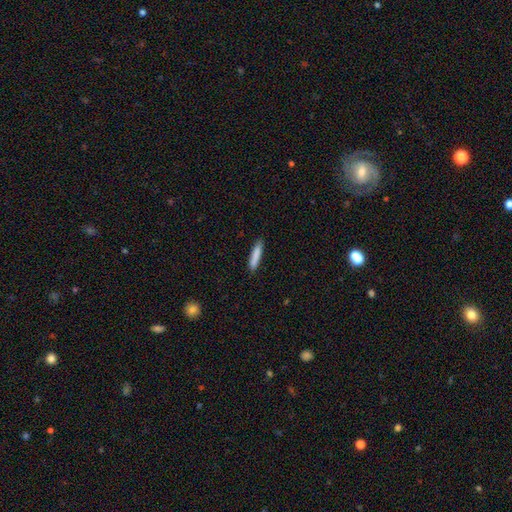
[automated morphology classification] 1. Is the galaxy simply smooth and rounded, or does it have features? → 85% smooth, 9% featured or disk, 6% star or artifact.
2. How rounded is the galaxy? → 89% cigar-shaped, 10% in between, 1% round.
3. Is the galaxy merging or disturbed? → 88% none, 9% minor disturbance, 2% major disturbance, 1% merger.